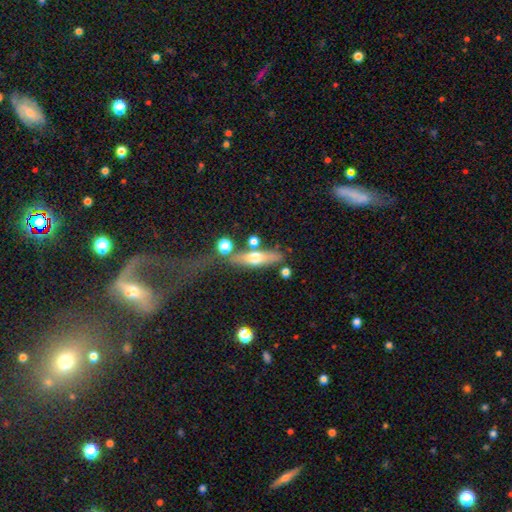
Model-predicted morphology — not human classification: This appears to be a featured or disk galaxy (49%). Merging: none (60%).